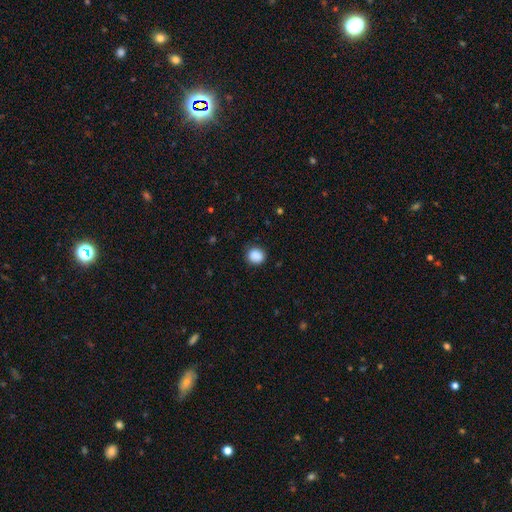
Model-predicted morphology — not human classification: type=smooth (89%); roundness=round (80%); merging=none (87%).